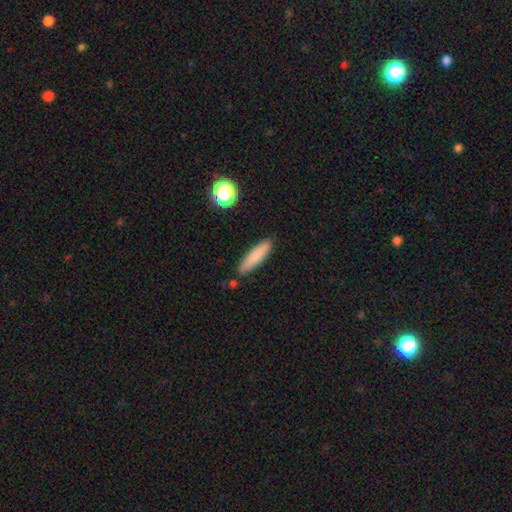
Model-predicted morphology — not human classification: smooth-or-featured: smooth: 82% | featured or disk: 11% | star or artifact: 7%
  how-rounded: cigar-shaped: 77% | in between: 21% | round: 2%
  merging: none: 85% | minor disturbance: 10% | merger: 3% | major disturbance: 2%